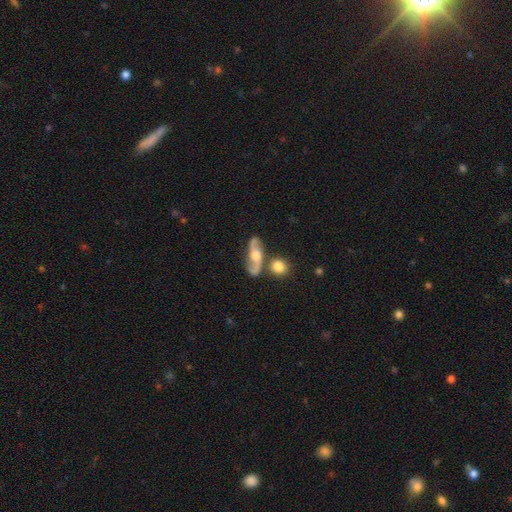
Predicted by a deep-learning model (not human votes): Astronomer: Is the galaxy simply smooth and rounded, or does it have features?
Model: featured or disk — 70%.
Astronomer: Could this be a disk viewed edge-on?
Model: no — 83%.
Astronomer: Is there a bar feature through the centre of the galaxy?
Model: no — 60%.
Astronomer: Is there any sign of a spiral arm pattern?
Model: yes — 88%.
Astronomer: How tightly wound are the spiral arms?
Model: loose — 53% (runner-up: medium, 36%).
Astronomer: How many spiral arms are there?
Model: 2 — 91%.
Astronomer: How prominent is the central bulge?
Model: moderate — 60%.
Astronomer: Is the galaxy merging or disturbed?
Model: none — 66%.